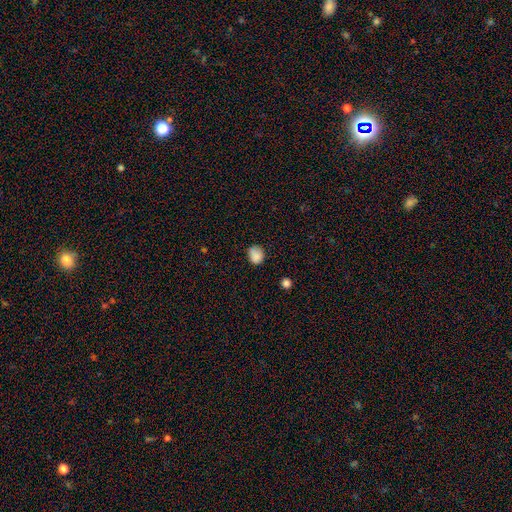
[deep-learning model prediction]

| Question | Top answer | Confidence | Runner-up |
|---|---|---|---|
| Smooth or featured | smooth | 85% | star or artifact (10%) |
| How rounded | round | 60% | in between (40%) |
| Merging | none | 72% | minor disturbance (22%) |